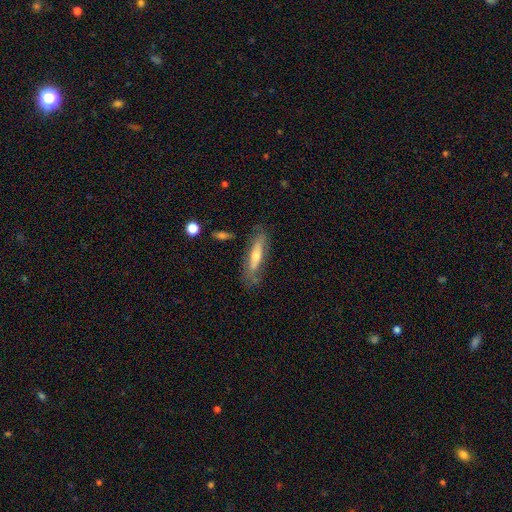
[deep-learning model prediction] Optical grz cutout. It shows a featured or disk galaxy (54%) viewed edge-on (63%). Merging: none (74%).